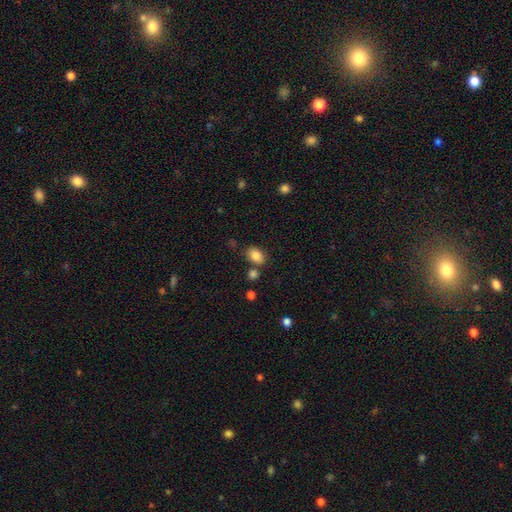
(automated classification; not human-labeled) Q: Smooth or featured?
A: smooth (85%); runner-up: star or artifact (9%)
Q: How rounded?
A: in between (76%); runner-up: round (23%)
Q: Merging?
A: none (73%); runner-up: minor disturbance (13%)